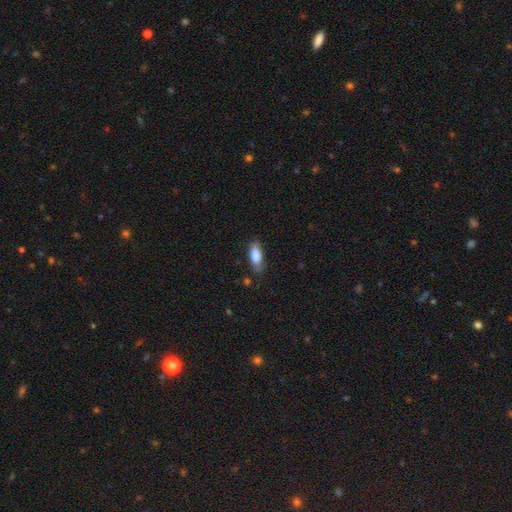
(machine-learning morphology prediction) Overall: smooth (78%). How rounded: in between (77%). Merging: none (73%).